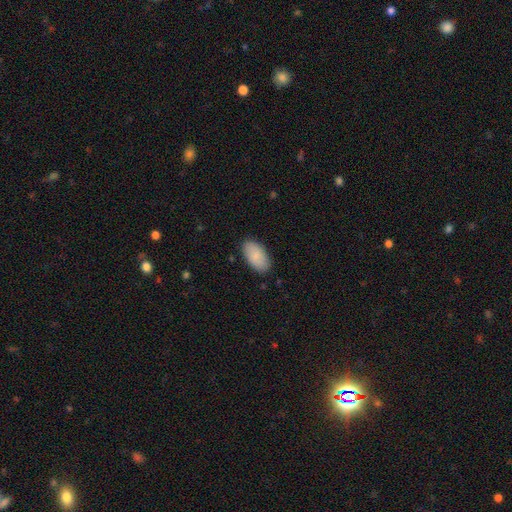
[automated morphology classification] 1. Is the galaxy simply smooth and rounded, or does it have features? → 87% smooth, 7% featured or disk, 6% star or artifact.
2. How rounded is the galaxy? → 95% in between, 3% round, 2% cigar-shaped.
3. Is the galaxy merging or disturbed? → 86% none, 10% minor disturbance, 2% major disturbance, 1% merger.